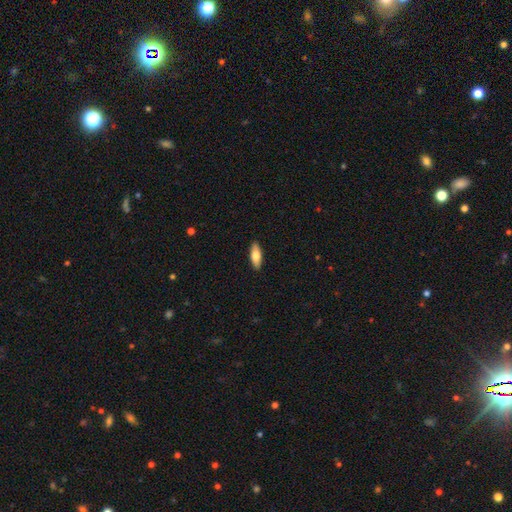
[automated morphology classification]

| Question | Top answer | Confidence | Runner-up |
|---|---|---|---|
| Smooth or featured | smooth | 72% | featured or disk (22%) |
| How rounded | in between | 66% | cigar-shaped (31%) |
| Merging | none | 90% | minor disturbance (8%) |